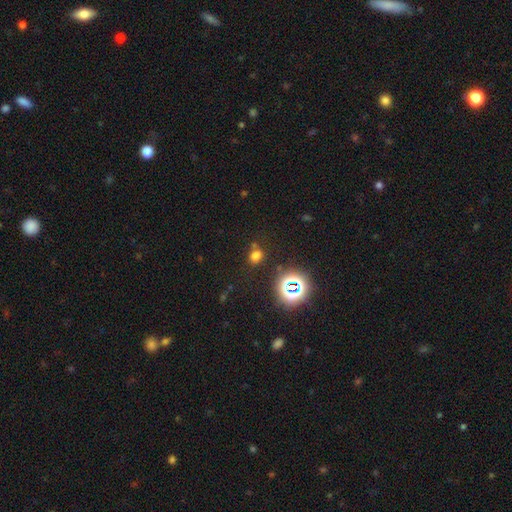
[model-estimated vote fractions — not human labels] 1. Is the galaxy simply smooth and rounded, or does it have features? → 63% smooth, 30% star or artifact, 7% featured or disk.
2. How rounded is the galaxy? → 57% round, 42% in between, 1% cigar-shaped.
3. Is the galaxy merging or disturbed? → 70% none, 13% merger, 12% minor disturbance, 5% major disturbance.